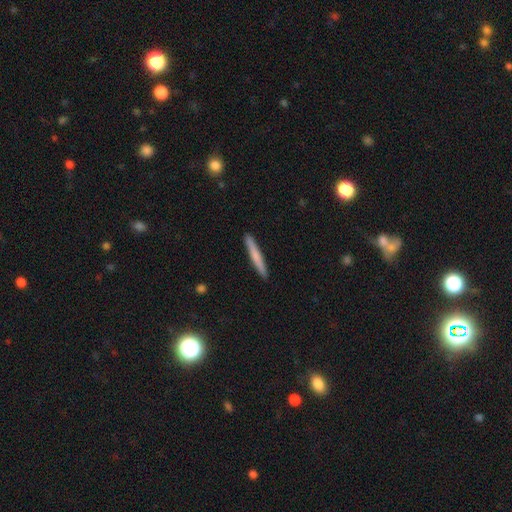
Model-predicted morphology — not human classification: A smooth galaxy with no disk features (66%) that is cigar-shaped (96%).

Vote fractions:
- Smooth or featured? smooth: 66% / featured or disk: 29% / star or artifact: 5%
- How rounded? cigar-shaped: 96% / in between: 2% / round: 1%
- Merging? none: 92% / minor disturbance: 6% / major disturbance: 1% / merger: 1%